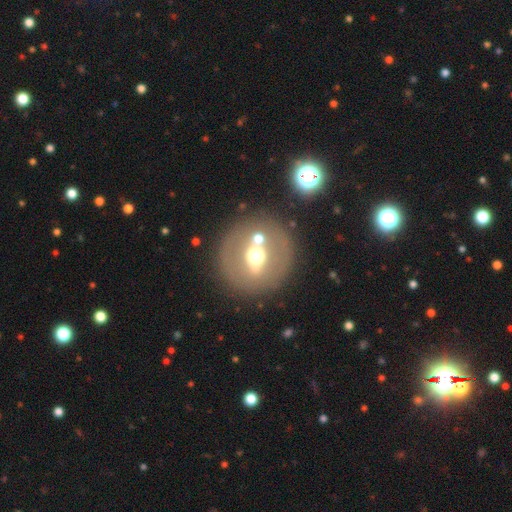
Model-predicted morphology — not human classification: smooth-or-featured: featured or disk: 52% | smooth: 36% | star or artifact: 12%
  disk-edge-on: no: 79% | yes: 21%
  merging: none: 78% | minor disturbance: 9% | merger: 7% | major disturbance: 5%